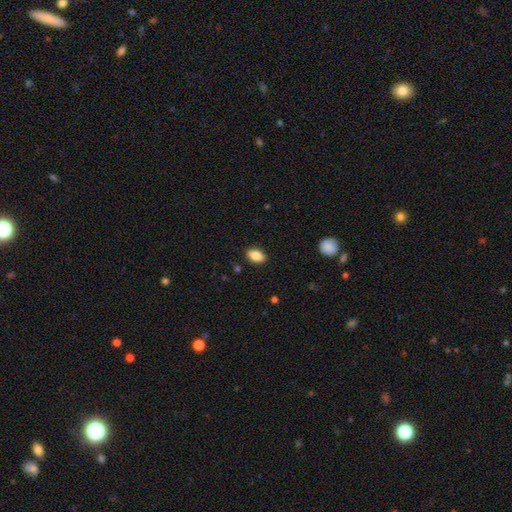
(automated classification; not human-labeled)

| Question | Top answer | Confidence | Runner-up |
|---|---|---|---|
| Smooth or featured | smooth | 87% | star or artifact (7%) |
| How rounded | in between | 91% | round (6%) |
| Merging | none | 88% | minor disturbance (8%) |